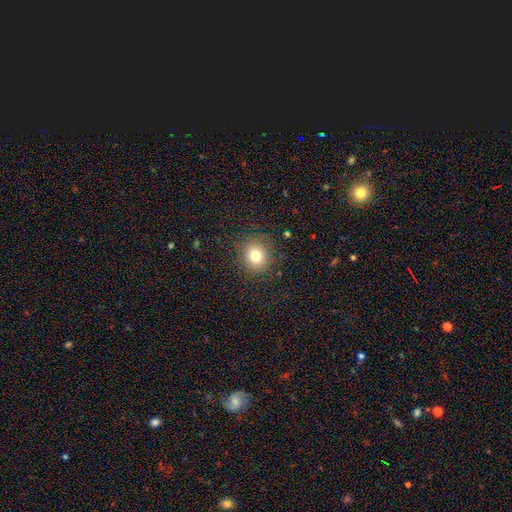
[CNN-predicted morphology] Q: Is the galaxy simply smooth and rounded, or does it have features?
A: smooth — 78%.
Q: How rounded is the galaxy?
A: round — 84%.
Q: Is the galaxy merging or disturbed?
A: none — 87%.